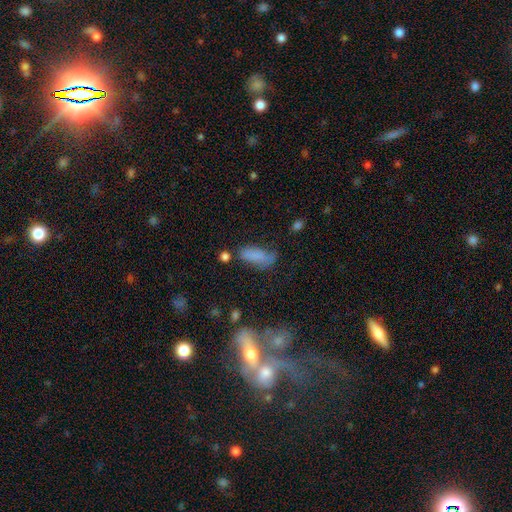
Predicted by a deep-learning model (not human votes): A smooth galaxy with no disk features (78%) that is in between round and cigar-shaped (70%).

Vote fractions:
- Smooth or featured? smooth: 78% / featured or disk: 12% / star or artifact: 10%
- How rounded? in between: 70% / cigar-shaped: 27% / round: 3%
- Merging? none: 48% / minor disturbance: 30% / major disturbance: 15% / merger: 8%